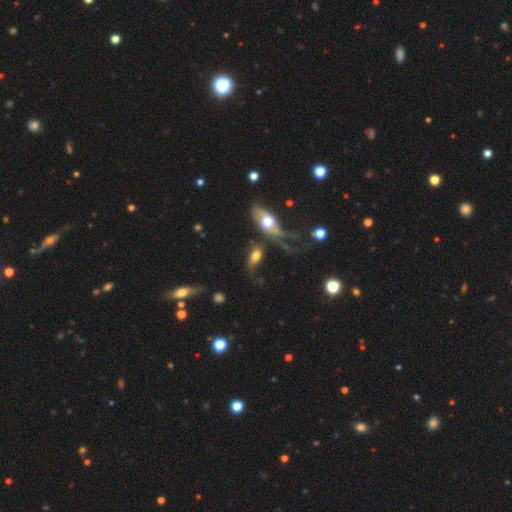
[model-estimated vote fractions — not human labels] Smooth or featured?
  - smooth: 63% *
  - featured or disk: 27%
  - star or artifact: 10%
How rounded?
  - in between: 85% *
  - round: 8%
  - cigar-shaped: 6%
Merging?
  - none: 38% *
  - merger: 21%
  - major disturbance: 20%
  - minor disturbance: 20%